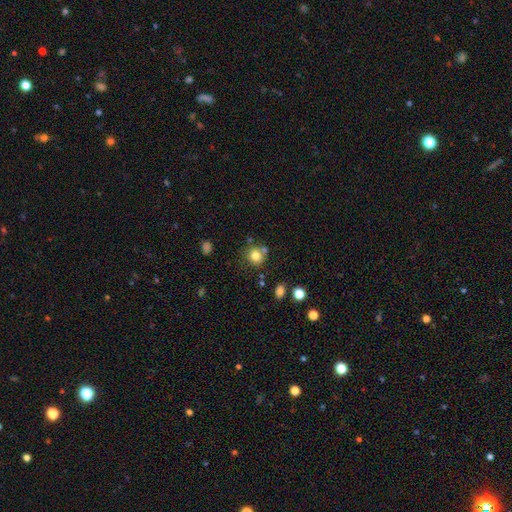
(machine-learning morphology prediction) The model was most divided on "merging": none: 69%, merger: 14%, minor disturbance: 12%, major disturbance: 4%. More confident: how rounded — round (86%); smooth or featured — smooth (80%).